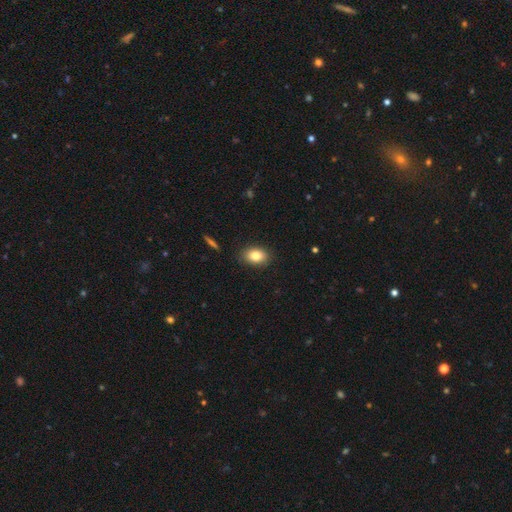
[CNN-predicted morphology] smooth-or-featured: smooth: 83% | star or artifact: 9% | featured or disk: 8%
  how-rounded: in between: 81% | round: 17% | cigar-shaped: 2%
  merging: none: 87% | minor disturbance: 9% | major disturbance: 2% | merger: 1%